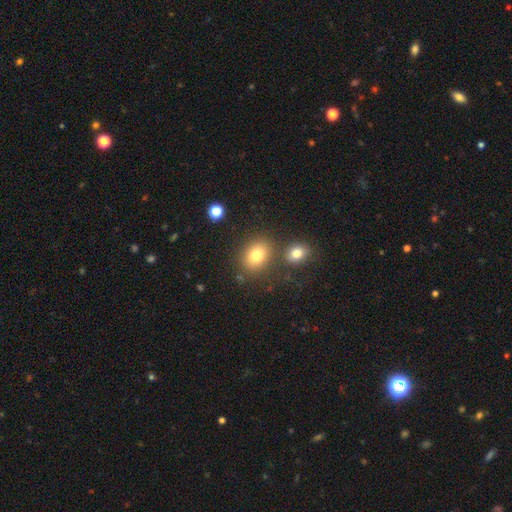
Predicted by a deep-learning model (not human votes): Smooth or featured? smooth (79%)
How rounded? in between (58%)
Merging? none (73%)